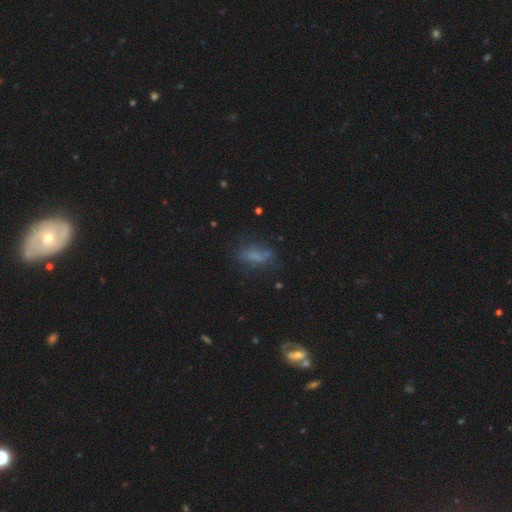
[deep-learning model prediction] Smooth or featured: smooth — 61% (featured or disk — 25%)
How rounded: in between — 54% (cigar-shaped — 42%)
Merging: none — 61% (minor disturbance — 22%)